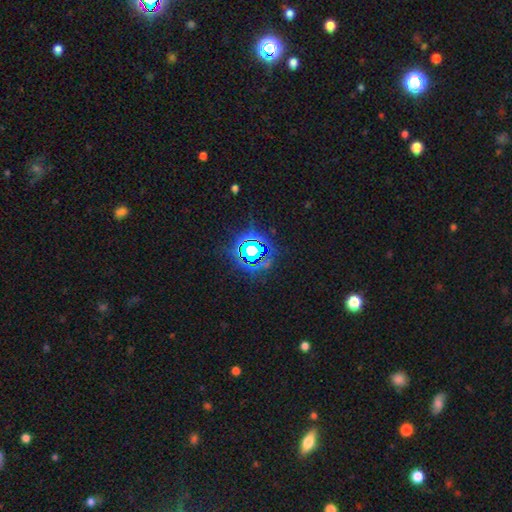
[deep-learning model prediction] A star or artifact, not a galaxy (80%).

Vote fractions:
- Smooth or featured? star or artifact: 80% / smooth: 13% / featured or disk: 7%